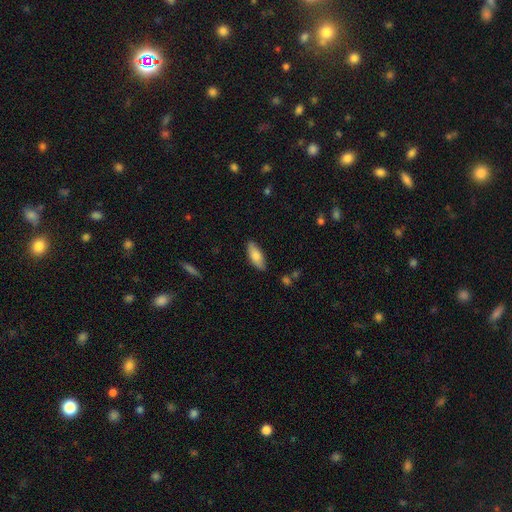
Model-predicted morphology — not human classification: smooth-or-featured: smooth: 78% | featured or disk: 16% | star or artifact: 6%
  how-rounded: in between: 76% | cigar-shaped: 22% | round: 2%
  merging: none: 85% | minor disturbance: 11% | major disturbance: 2% | merger: 1%